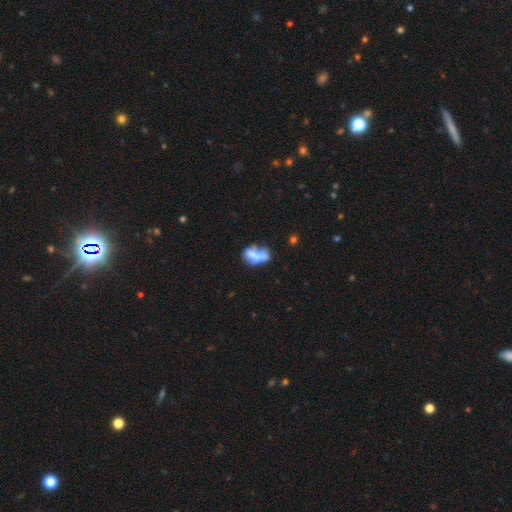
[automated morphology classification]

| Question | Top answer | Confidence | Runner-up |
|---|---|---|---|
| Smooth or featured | smooth | 56% | featured or disk (34%) |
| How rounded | in between | 77% | cigar-shaped (12%) |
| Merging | merger | 45% | none (24%) |